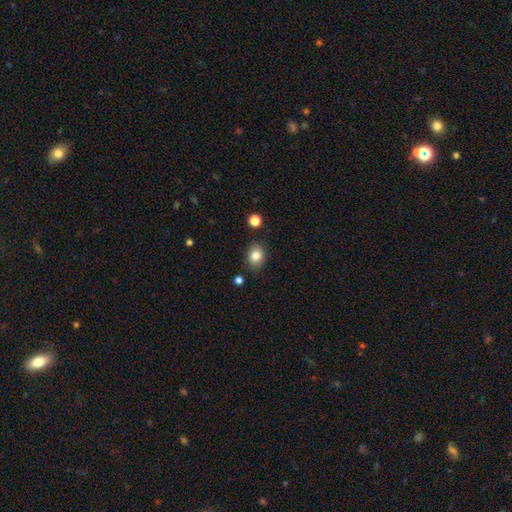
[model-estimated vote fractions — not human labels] This is clearly a smooth galaxy (82%). How rounded: possibly in between (53%). Merging: clearly none (84%).